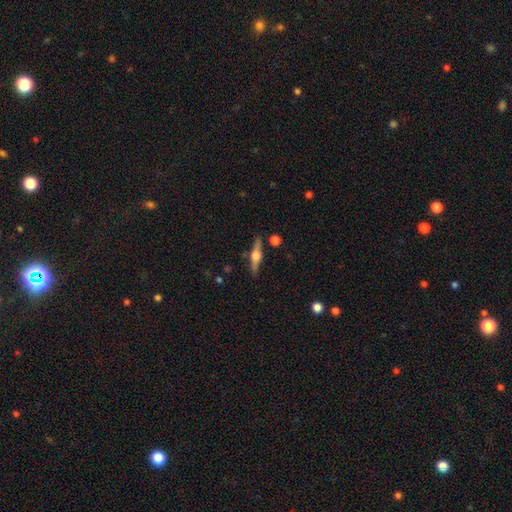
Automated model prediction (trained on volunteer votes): Smooth or featured: featured or disk — 71% (smooth — 22%)
Edge-on disk: yes — 97% (no — 3%)
Edge-on bulge: rounded — 94% (boxy — 5%)
Merging: none — 86% (minor disturbance — 9%)